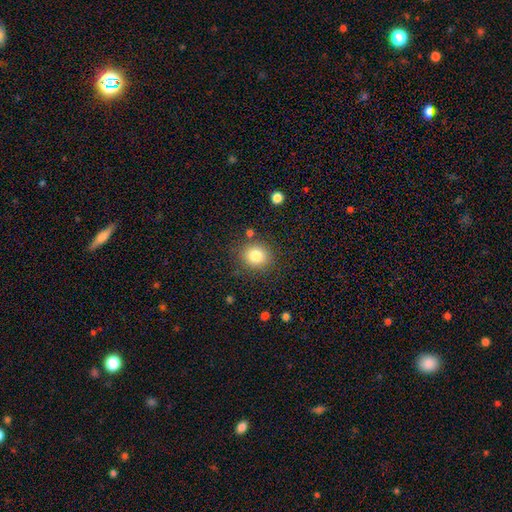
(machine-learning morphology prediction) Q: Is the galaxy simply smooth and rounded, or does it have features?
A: smooth — 82%.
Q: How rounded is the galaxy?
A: round — 79%.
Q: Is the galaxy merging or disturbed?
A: none — 83%.